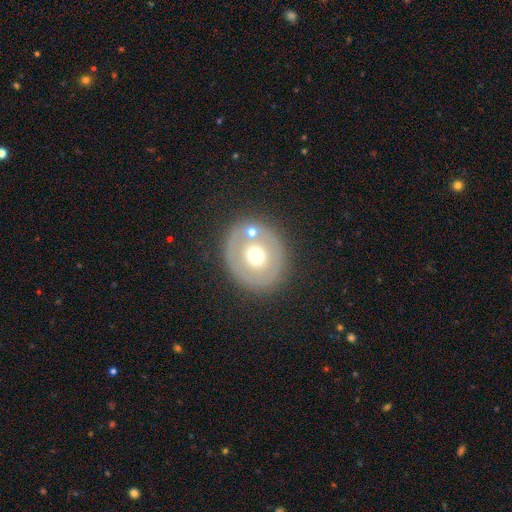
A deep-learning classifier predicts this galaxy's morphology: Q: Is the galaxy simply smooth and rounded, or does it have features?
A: smooth — 48%.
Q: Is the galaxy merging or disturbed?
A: none — 75%.